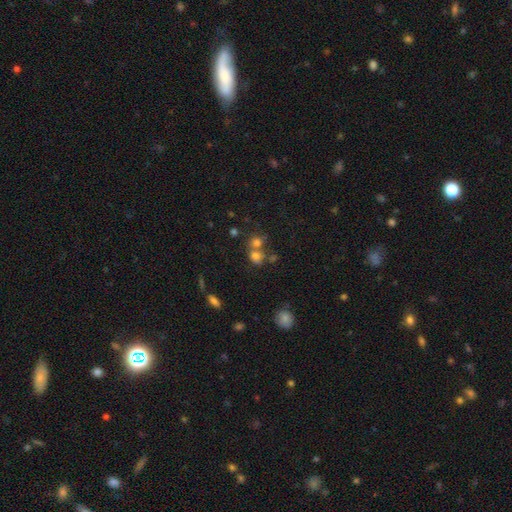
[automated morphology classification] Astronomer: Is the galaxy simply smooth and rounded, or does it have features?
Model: smooth — 71%.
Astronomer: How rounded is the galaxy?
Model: round — 63%.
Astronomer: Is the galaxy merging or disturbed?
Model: merger — 44% (runner-up: none, 42%).